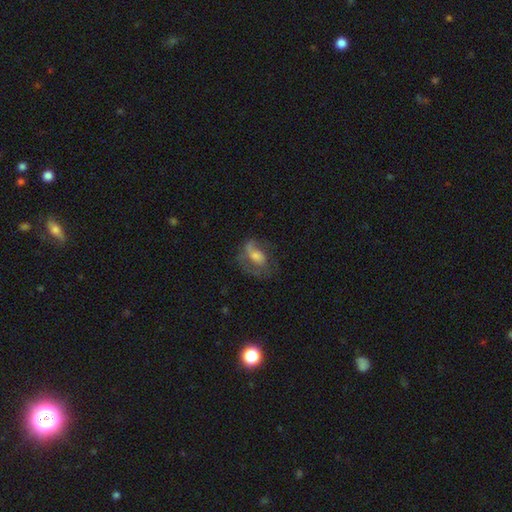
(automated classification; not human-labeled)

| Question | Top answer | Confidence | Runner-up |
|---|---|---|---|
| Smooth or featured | featured or disk | 57% | smooth (33%) |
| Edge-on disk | no | 95% | yes (5%) |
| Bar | no | 55% | weak (34%) |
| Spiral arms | yes | 74% | no (26%) |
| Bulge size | moderate | 47% | small (33%) |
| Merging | none | 48% | major disturbance (28%) |